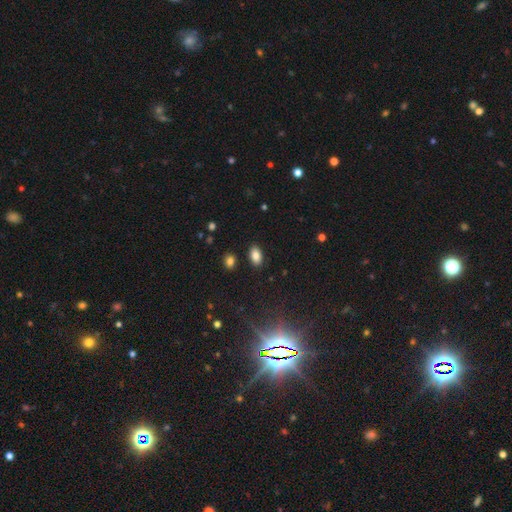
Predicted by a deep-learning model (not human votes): Smooth or featured? smooth (83%)
How rounded? in between (91%)
Merging? none (86%)